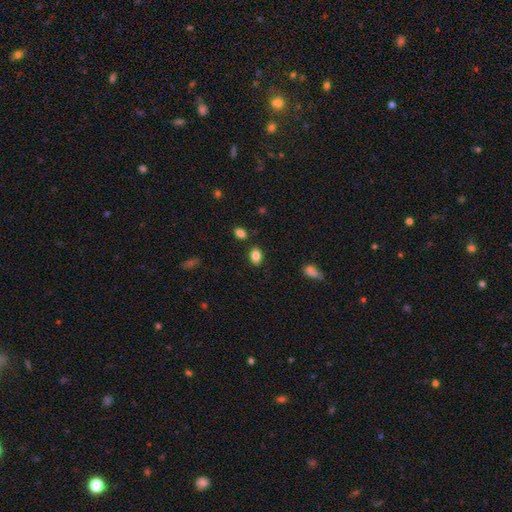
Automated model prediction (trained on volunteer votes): Overall: smooth (85%). How rounded: in between (80%). Merging: none (83%).